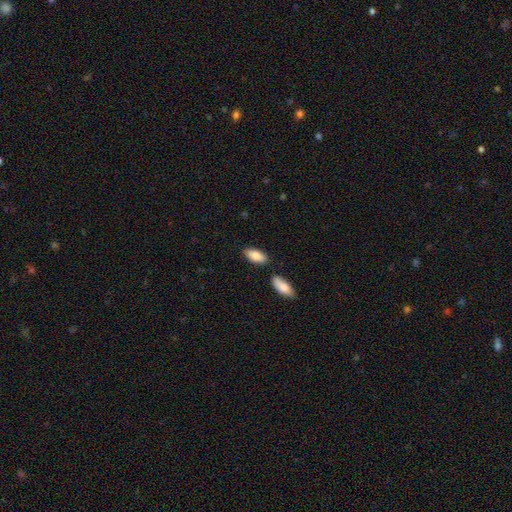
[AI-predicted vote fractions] Smooth or featured? smooth (85%)
How rounded? in between (90%)
Merging? none (78%)